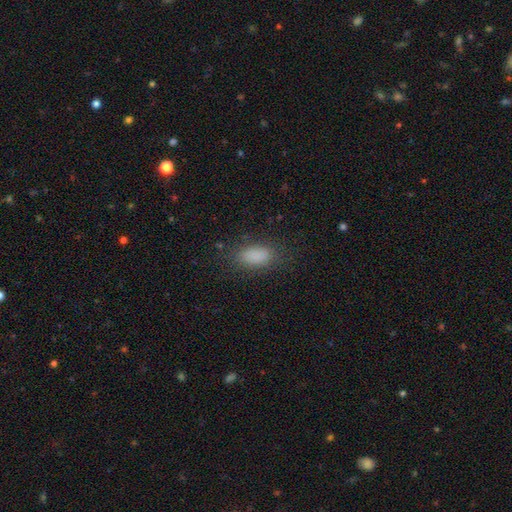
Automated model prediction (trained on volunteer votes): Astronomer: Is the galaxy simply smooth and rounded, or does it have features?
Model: smooth — 86%.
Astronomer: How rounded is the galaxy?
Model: in between — 89%.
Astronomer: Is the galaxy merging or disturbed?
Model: none — 82%.